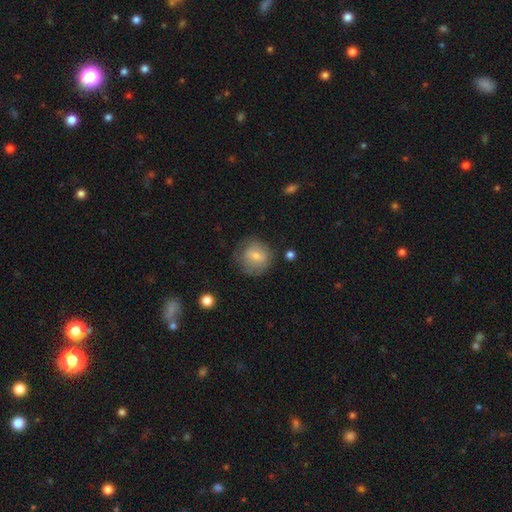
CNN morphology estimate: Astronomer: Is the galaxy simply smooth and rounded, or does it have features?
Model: smooth — 66%.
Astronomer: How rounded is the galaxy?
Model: round — 82%.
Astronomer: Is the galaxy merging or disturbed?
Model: none — 69%.